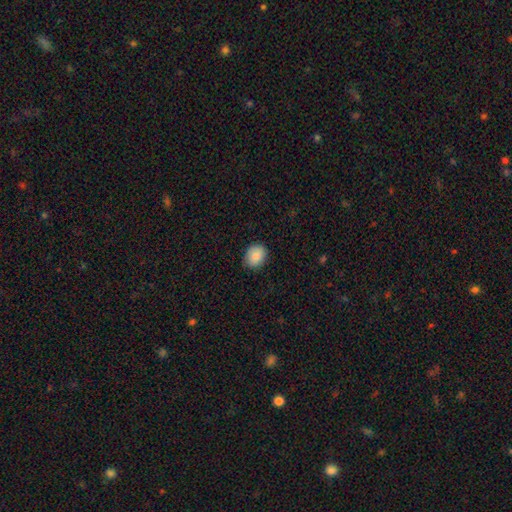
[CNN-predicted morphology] smooth 87%, star or artifact 7%, featured or disk 5%. Down the decision tree: how rounded — in between (50%); merging — none (85%).